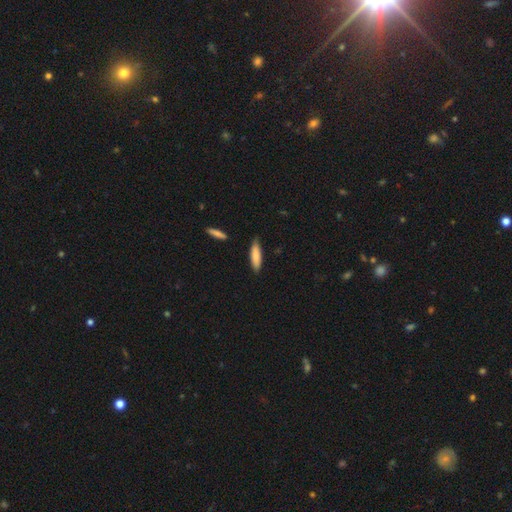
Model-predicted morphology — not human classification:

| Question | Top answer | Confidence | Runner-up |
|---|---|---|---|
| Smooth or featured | smooth | 83% | featured or disk (11%) |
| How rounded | cigar-shaped | 66% | in between (32%) |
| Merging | none | 83% | minor disturbance (13%) |